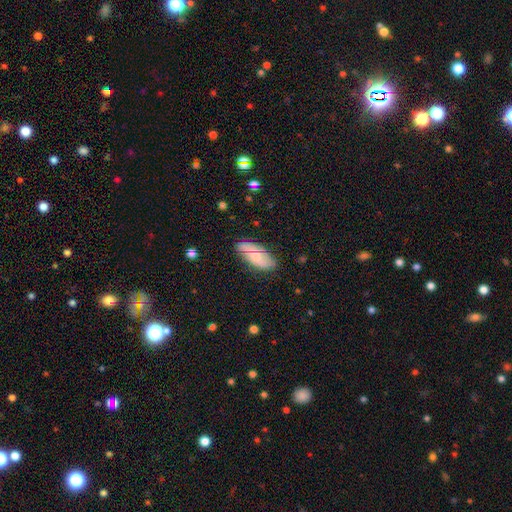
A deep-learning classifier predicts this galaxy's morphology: Smooth or featured? featured or disk (48%)
Merging? none (70%)